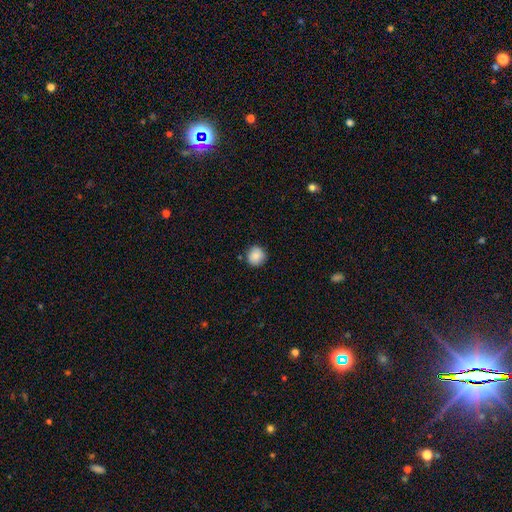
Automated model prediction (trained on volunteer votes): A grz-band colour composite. It shows a smooth galaxy with no disk features (87%) that is round (93%). Merging: none (87%).